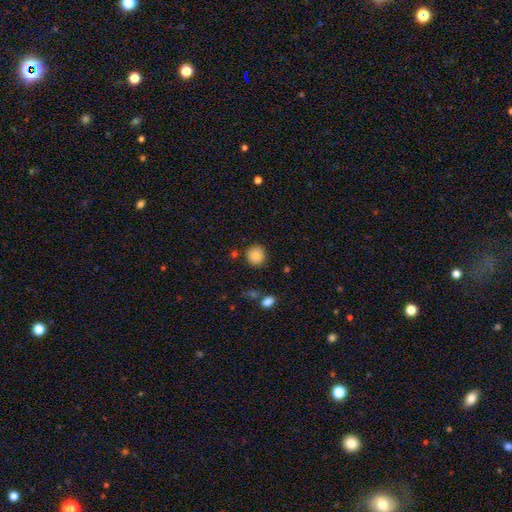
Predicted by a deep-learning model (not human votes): A smooth galaxy with no disk features (86%) that is round (90%). Merging: none (86%).